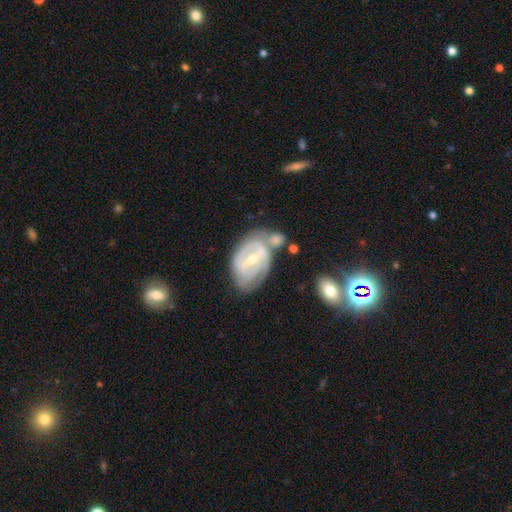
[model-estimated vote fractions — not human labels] Morphology: type=featured or disk (76%); edge-on=no (95%); bar=weak (48%); spiral arms=yes (80%); winding=tight (59%); arm count=2 (47%); bulge=small (55%); merging=none (58%).